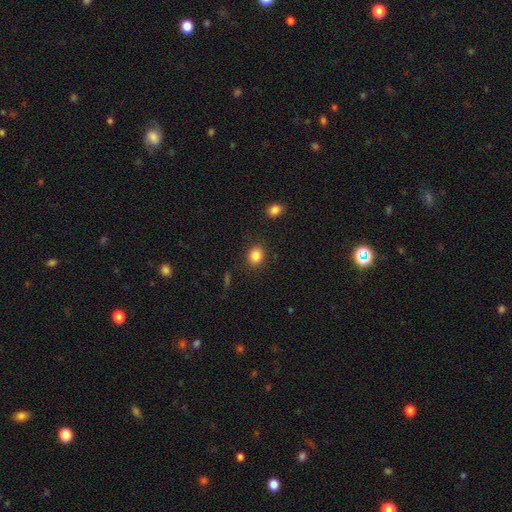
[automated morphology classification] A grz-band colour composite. It shows a smooth galaxy with no disk features (85%) that is round (51%). Merging: none (85%).